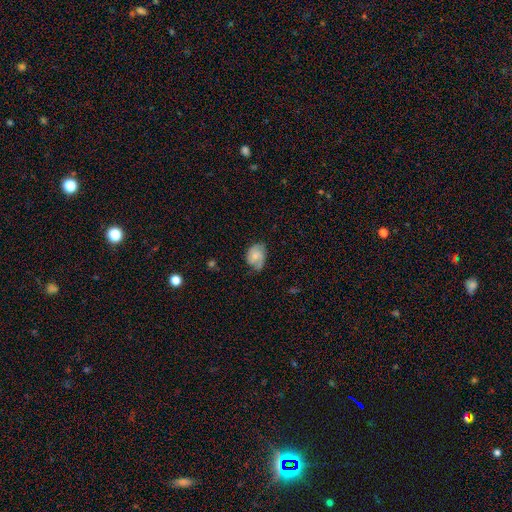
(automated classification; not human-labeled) smooth-or-featured: smooth: 53% | featured or disk: 39% | star or artifact: 8%
  how-rounded: in between: 62% | round: 37% | cigar-shaped: 1%
  merging: none: 48% | minor disturbance: 35% | major disturbance: 15% | merger: 2%